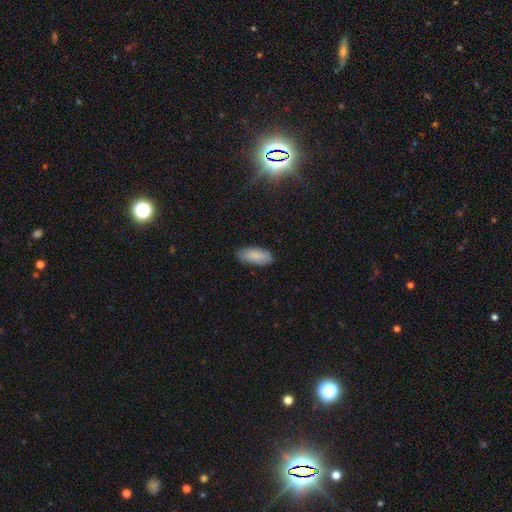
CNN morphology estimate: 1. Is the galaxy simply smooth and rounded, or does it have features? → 84% smooth, 9% featured or disk, 7% star or artifact.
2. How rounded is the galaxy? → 86% in between, 13% cigar-shaped, 2% round.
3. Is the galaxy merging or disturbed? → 77% none, 18% minor disturbance, 3% major disturbance, 1% merger.